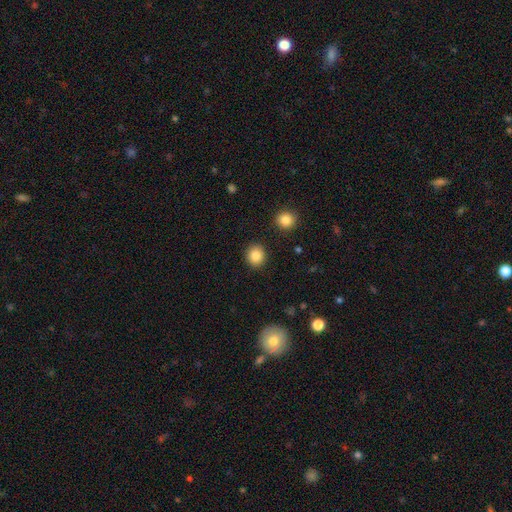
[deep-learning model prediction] Smooth or featured? Predicted: smooth (p=0.86). How rounded? Predicted: round (p=0.85). Merging? Predicted: none (p=0.90).